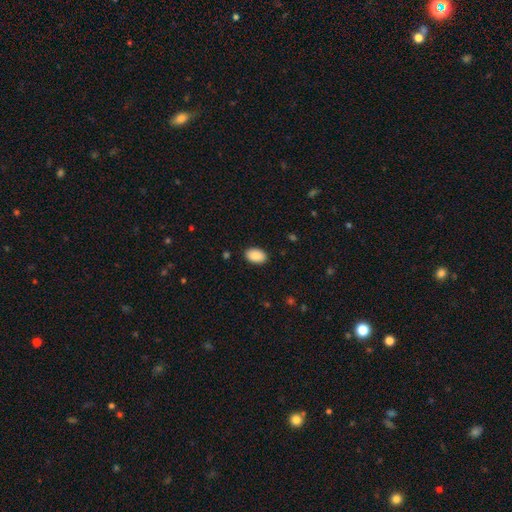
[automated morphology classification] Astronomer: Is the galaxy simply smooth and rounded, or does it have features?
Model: smooth — 90%.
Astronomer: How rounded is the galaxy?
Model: in between — 92%.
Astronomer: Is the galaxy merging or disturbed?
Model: none — 89%.